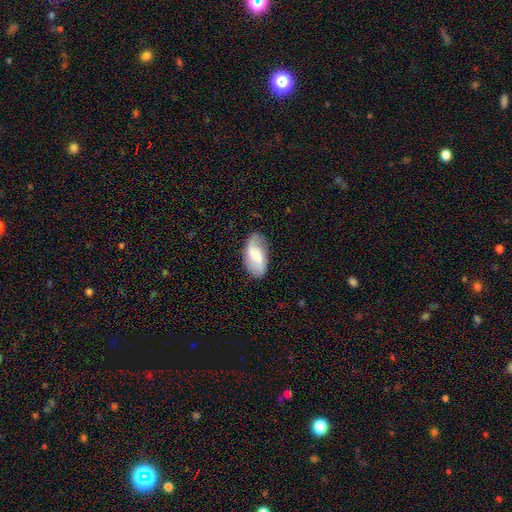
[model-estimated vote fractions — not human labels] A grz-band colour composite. It shows a featured or disk galaxy (58%) with a weak bar (50%), spiral arms (89%) and a small central bulge (37%). Merging: none (77%).